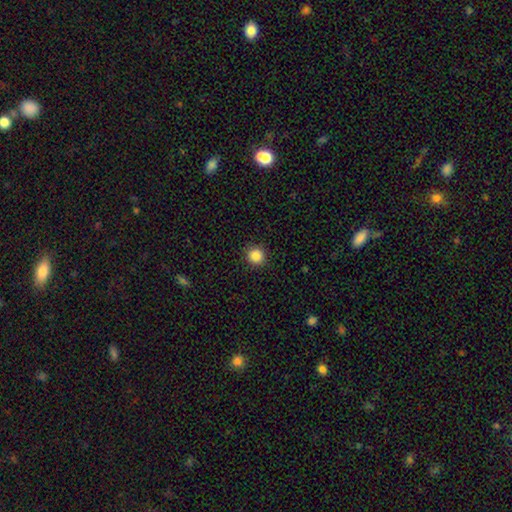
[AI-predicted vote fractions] The model was most divided on "smooth or featured": smooth: 86%, star or artifact: 10%, featured or disk: 4%. More confident: how rounded — round (92%); merging — none (92%).